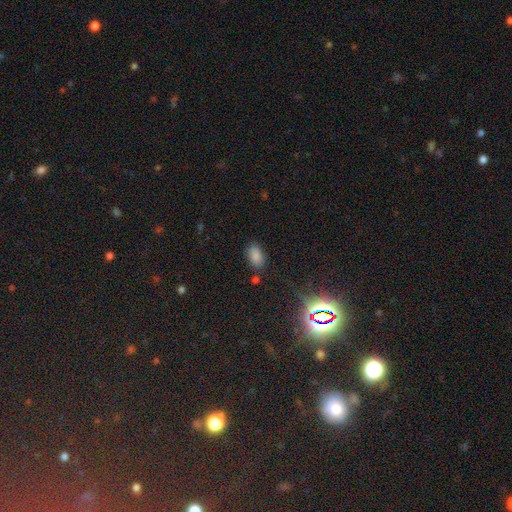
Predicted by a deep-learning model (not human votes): A smooth galaxy with no disk features (82%) that is in between round and cigar-shaped (91%). Merging: none (79%).